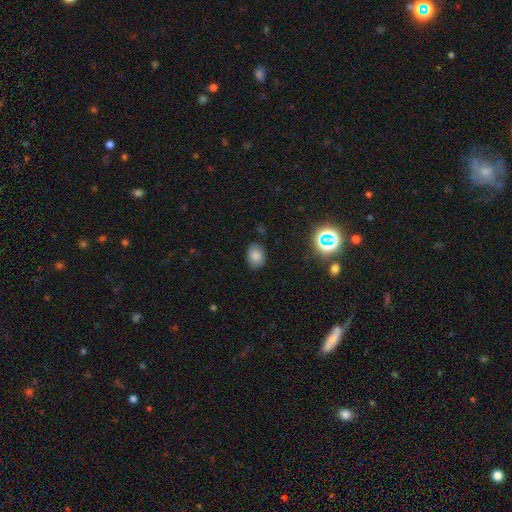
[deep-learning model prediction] Smooth or featured: smooth — 80% (star or artifact — 13%)
How rounded: in between — 69% (round — 30%)
Merging: none — 81% (minor disturbance — 15%)